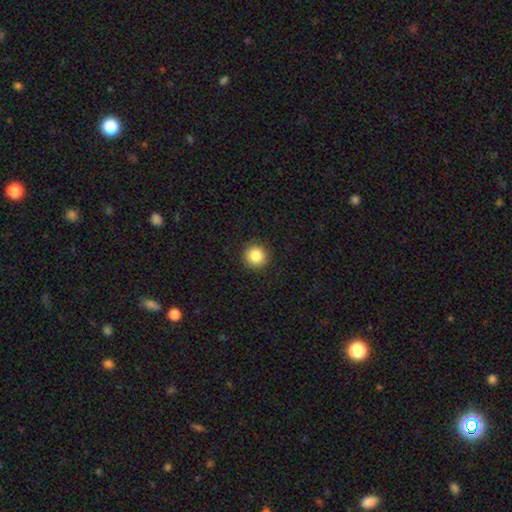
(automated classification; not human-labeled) This appears to be a smooth galaxy with no disk features (85%) that is round (95%). Merging: none (92%).